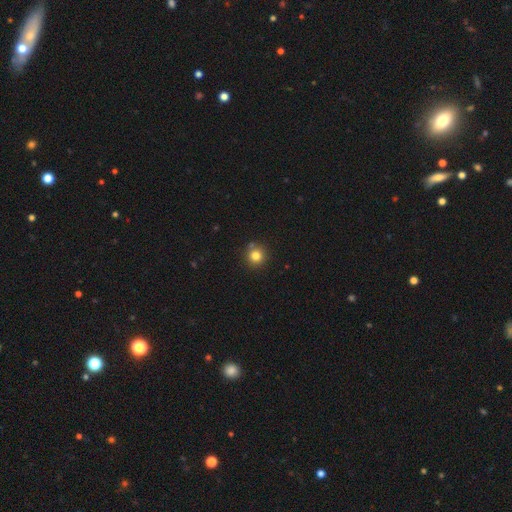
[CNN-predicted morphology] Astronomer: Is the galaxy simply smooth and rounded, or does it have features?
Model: smooth — 81%.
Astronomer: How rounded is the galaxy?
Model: round — 94%.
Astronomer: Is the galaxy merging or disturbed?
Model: none — 84%.